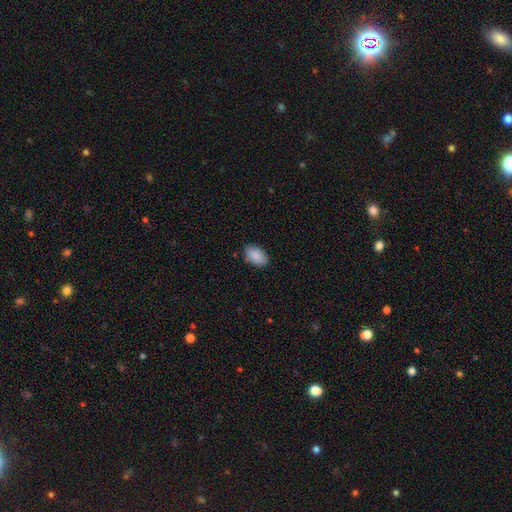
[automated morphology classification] A smooth galaxy with no disk features (87%) that is in between round and cigar-shaped (92%). Merging: none (85%).